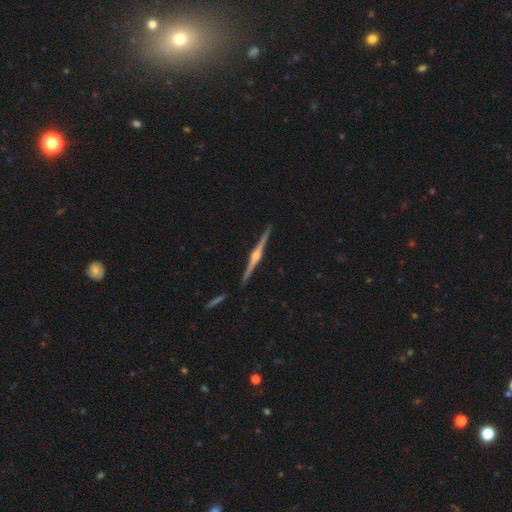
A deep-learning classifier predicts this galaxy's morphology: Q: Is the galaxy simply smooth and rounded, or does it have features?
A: featured or disk — 89%.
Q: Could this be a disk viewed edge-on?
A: yes — 99%.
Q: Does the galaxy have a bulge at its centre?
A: rounded — 93%.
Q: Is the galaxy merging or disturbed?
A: none — 92%.